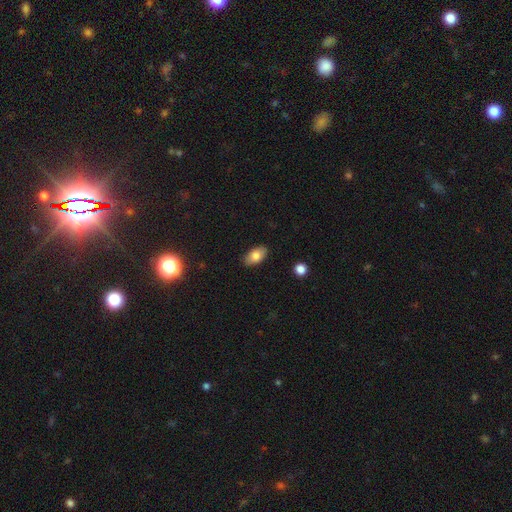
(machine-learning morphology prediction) The model was most divided on "smooth or featured": smooth: 79%, featured or disk: 13%, star or artifact: 8%. More confident: how rounded — in between (93%); merging — none (87%).